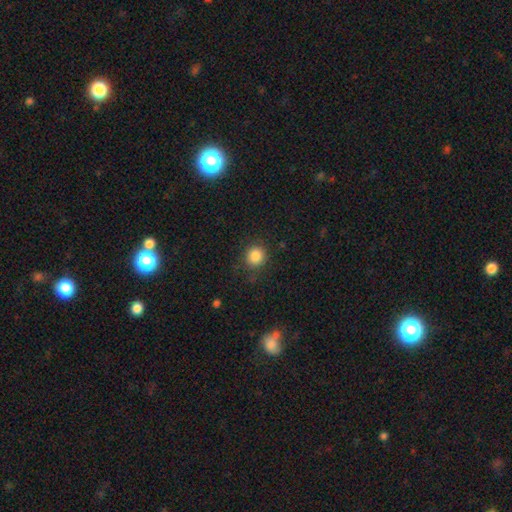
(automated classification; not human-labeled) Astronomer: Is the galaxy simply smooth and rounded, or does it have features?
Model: smooth — 85%.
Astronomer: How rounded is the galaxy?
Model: round — 88%.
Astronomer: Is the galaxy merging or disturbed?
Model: none — 85%.